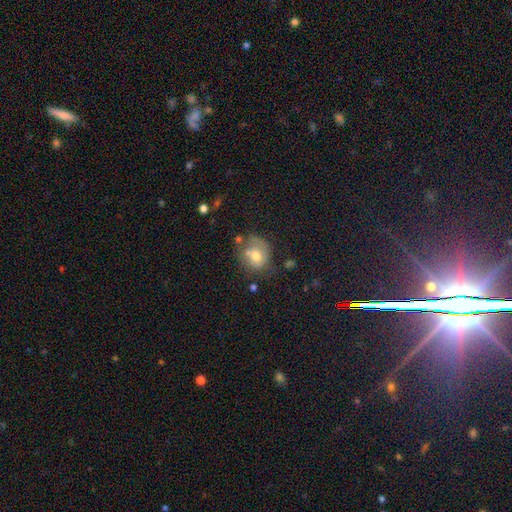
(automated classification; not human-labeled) Smooth or featured? Predicted: smooth (p=0.63). How rounded? Predicted: round (p=0.67). Merging? Predicted: none (p=0.46).